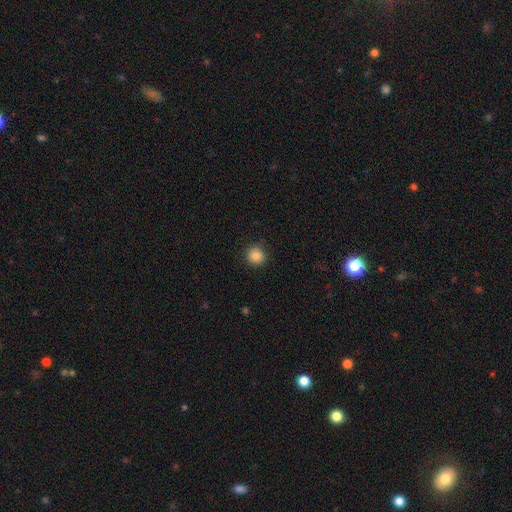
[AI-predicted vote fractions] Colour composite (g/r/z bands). It shows a smooth galaxy with no disk features (86%) that is round (92%). Merging: none (88%).